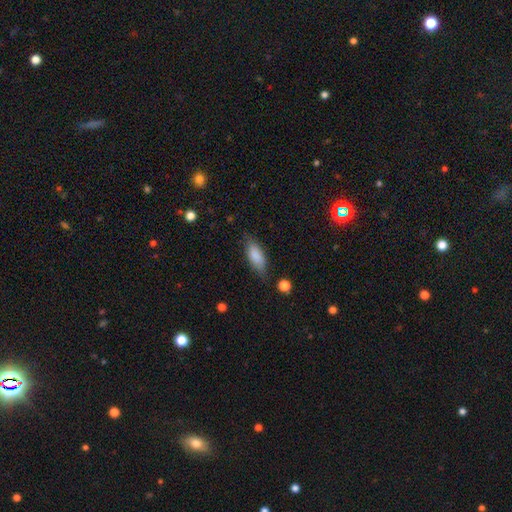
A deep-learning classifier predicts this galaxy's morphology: smooth 82%, featured or disk 11%, star or artifact 6%. Down the decision tree: how rounded — in between (75%); merging — none (73%).